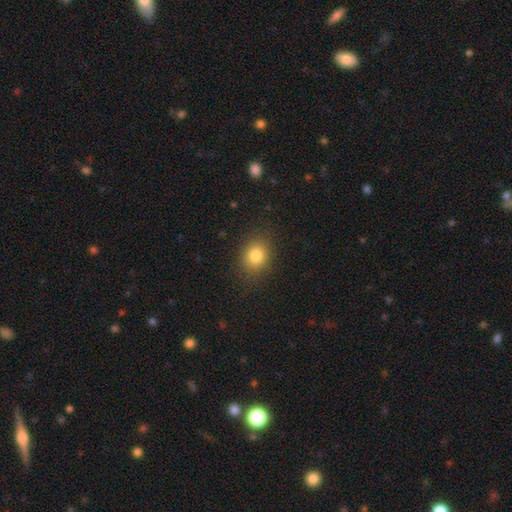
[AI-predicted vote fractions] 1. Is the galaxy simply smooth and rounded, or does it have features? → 82% smooth, 11% star or artifact, 7% featured or disk.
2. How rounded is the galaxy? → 59% round, 40% in between, 1% cigar-shaped.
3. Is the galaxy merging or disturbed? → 86% none, 10% minor disturbance, 4% major disturbance, 1% merger.